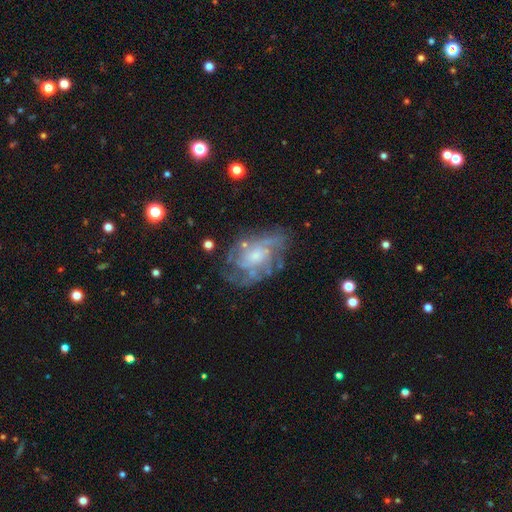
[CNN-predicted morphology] A featured or disk galaxy (81%) with no bar (70%), tight (46%) spiral arms (88%) and a small central bulge (51%). Merging: none (66%).